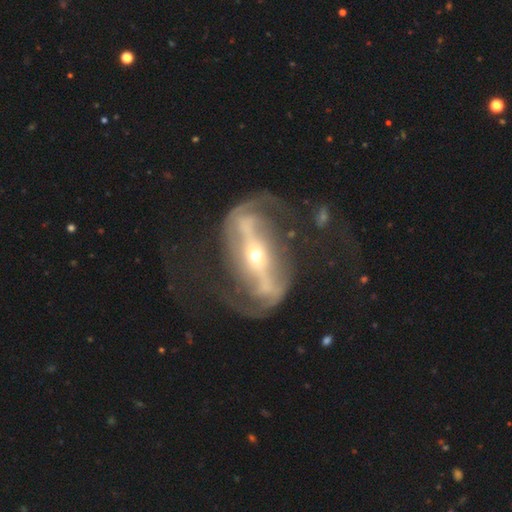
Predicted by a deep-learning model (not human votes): Morphology: type=featured or disk (90%); edge-on=no (91%); bar=strong (78%); spiral arms=yes (90%); winding=loose (44%); arm count=2 (89%); bulge=small (69%); merging=none (57%).